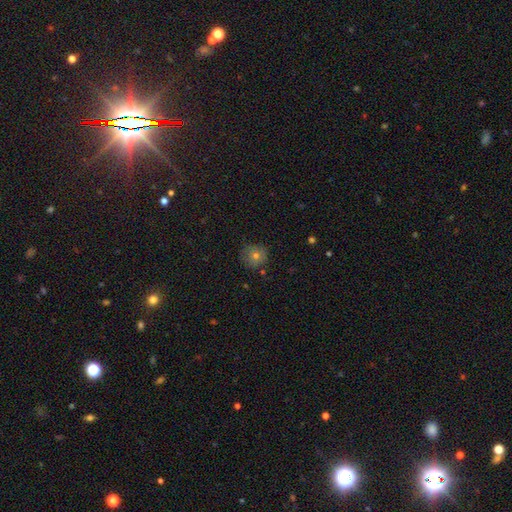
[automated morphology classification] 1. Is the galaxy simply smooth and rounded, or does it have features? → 68% smooth, 16% featured or disk, 16% star or artifact.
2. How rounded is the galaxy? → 93% round, 6% in between, 1% cigar-shaped.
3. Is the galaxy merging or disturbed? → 82% none, 13% minor disturbance, 3% major disturbance, 2% merger.